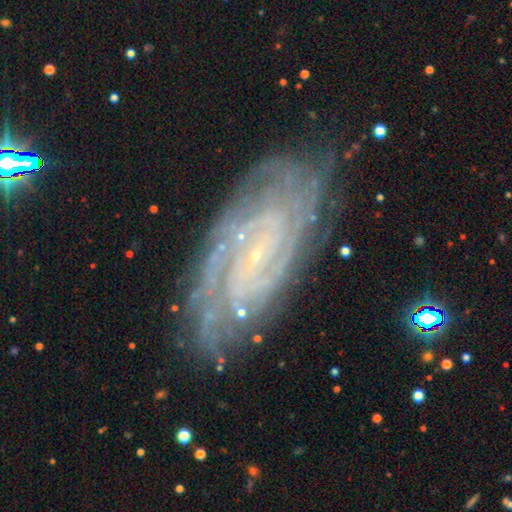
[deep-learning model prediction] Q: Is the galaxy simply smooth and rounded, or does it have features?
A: featured or disk — 88%.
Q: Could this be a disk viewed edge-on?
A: no — 95%.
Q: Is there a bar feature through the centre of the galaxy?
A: no — 52%.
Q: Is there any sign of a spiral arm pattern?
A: yes — 98%.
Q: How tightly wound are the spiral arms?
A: tight — 75%.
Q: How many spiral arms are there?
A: can't tell — 28%.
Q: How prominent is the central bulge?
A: small — 88%.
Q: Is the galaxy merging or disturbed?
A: none — 79%.